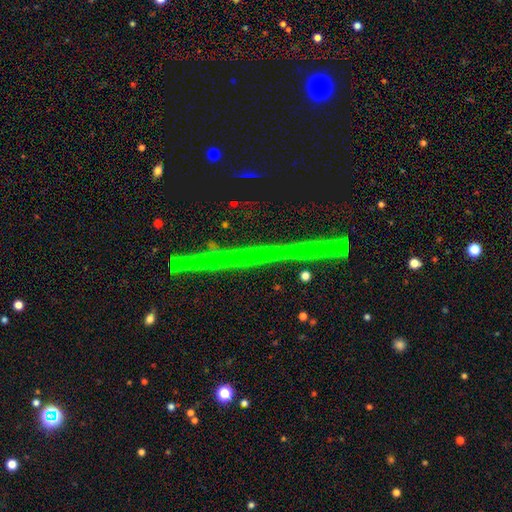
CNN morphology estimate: Smooth or featured? star or artifact (81%)